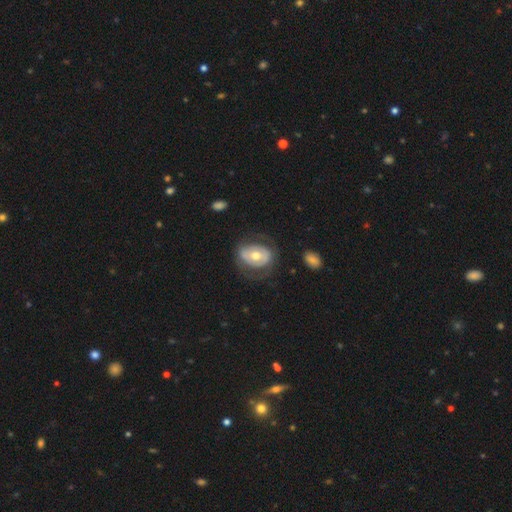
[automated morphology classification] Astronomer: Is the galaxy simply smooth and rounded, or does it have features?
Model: featured or disk — 55% (runner-up: smooth, 38%).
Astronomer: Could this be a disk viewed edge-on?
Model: no — 95%.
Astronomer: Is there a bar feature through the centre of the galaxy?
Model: no — 65%.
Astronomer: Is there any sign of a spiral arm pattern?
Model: no — 65%.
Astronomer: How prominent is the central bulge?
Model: moderate — 72%.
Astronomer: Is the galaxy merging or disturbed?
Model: none — 64%.